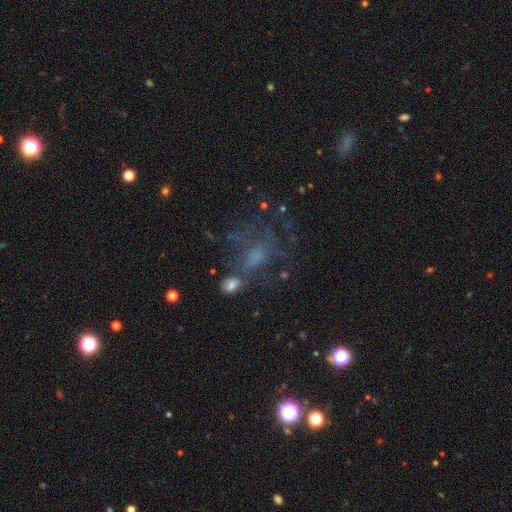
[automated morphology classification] Smooth or featured? featured or disk (43%)
Merging? none (42%)